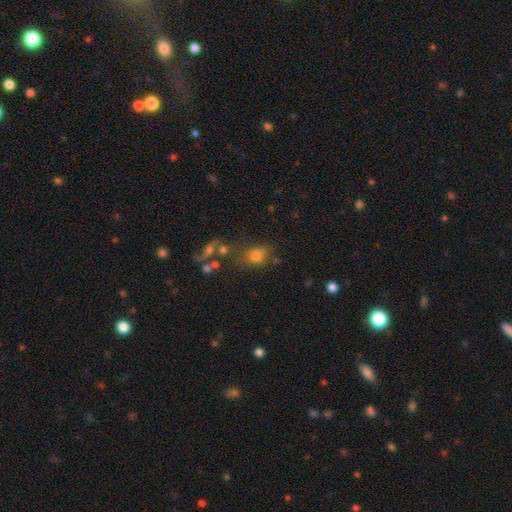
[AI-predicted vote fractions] smooth_or_featured: smooth (p=0.71) [alt: star or artifact p=0.16]
how_rounded: in between (p=0.58) [alt: round p=0.40]
merging: none (p=0.52) [alt: merger p=0.19]